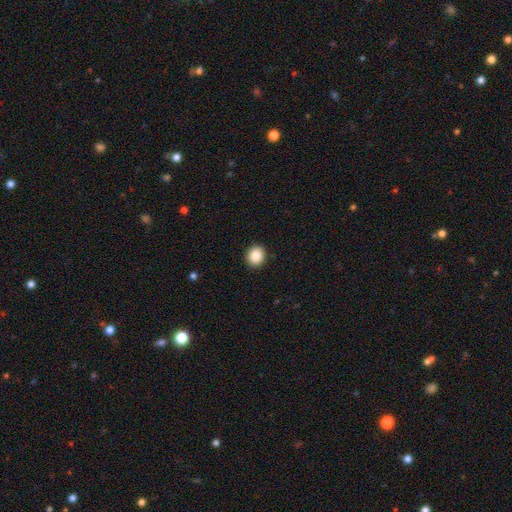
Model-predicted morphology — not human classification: Q: Smooth or featured?
A: smooth (87%); runner-up: star or artifact (9%)
Q: How rounded?
A: round (80%); runner-up: in between (19%)
Q: Merging?
A: none (92%); runner-up: minor disturbance (5%)